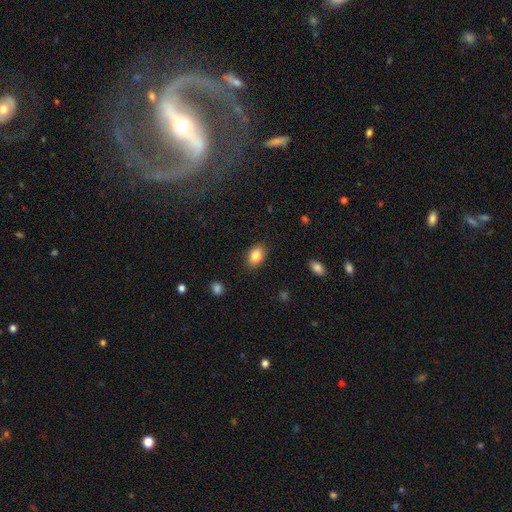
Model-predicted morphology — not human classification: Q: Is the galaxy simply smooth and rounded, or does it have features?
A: smooth — 84%.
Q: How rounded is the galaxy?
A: in between — 83%.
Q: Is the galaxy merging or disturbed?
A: none — 86%.